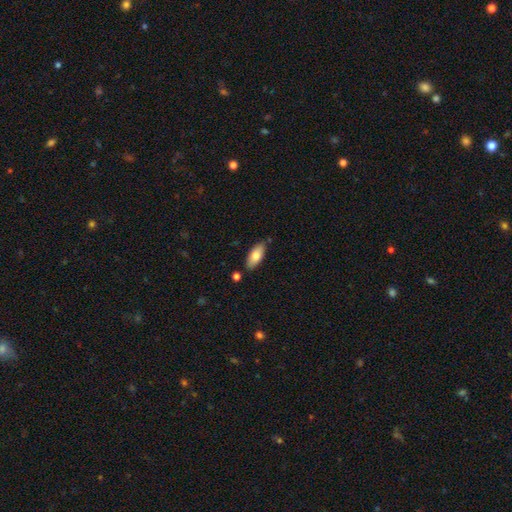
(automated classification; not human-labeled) The model was most divided on "smooth or featured": smooth: 79%, featured or disk: 15%, star or artifact: 6%. More confident: how rounded — in between (83%); merging — none (81%).